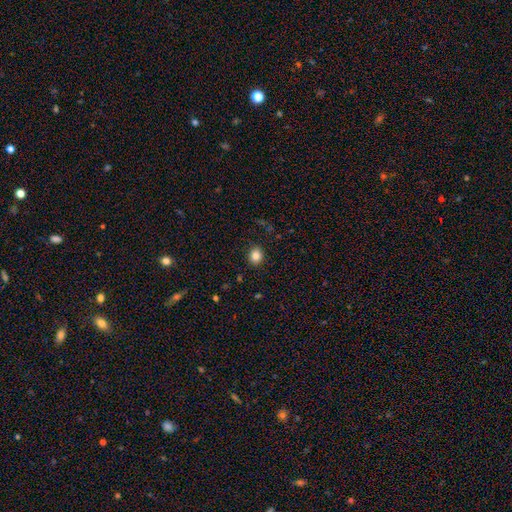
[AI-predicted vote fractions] A smooth galaxy with no disk features (84%) that is round (68%).

Vote fractions:
- Smooth or featured? smooth: 84% / star or artifact: 11% / featured or disk: 6%
- How rounded? round: 68% / in between: 31% / cigar-shaped: 1%
- Merging? none: 89% / minor disturbance: 7% / major disturbance: 2% / merger: 1%